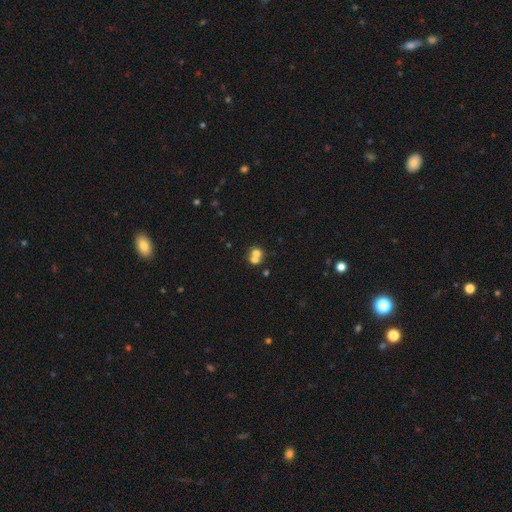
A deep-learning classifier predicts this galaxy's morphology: Smooth or featured?
  - smooth: 66% *
  - featured or disk: 20%
  - star or artifact: 14%
How rounded?
  - round: 76% *
  - in between: 23%
  - cigar-shaped: 1%
Merging?
  - merger: 59% *
  - none: 32%
  - minor disturbance: 6%
  - major disturbance: 3%